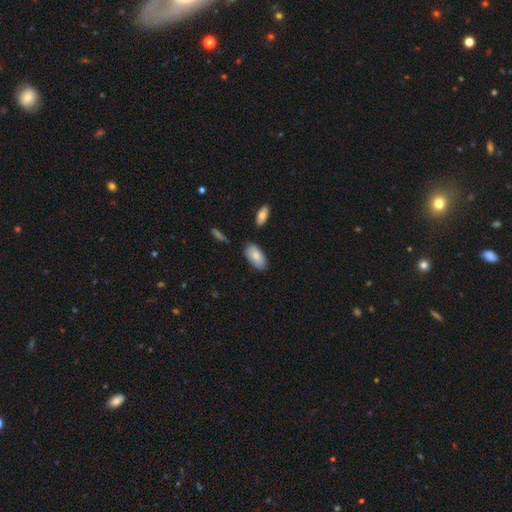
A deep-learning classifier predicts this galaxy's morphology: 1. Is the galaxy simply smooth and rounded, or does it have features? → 82% smooth, 12% featured or disk, 6% star or artifact.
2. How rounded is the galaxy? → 93% in between, 5% cigar-shaped, 2% round.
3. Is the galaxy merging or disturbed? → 77% none, 16% minor disturbance, 5% merger, 3% major disturbance.